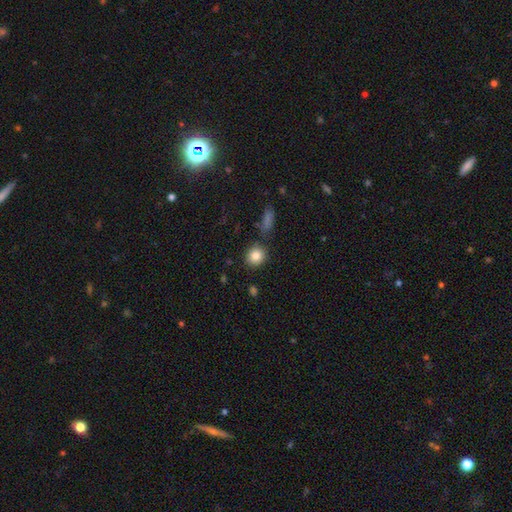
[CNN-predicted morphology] Smooth or featured? smooth (85%)
How rounded? round (79%)
Merging? none (81%)